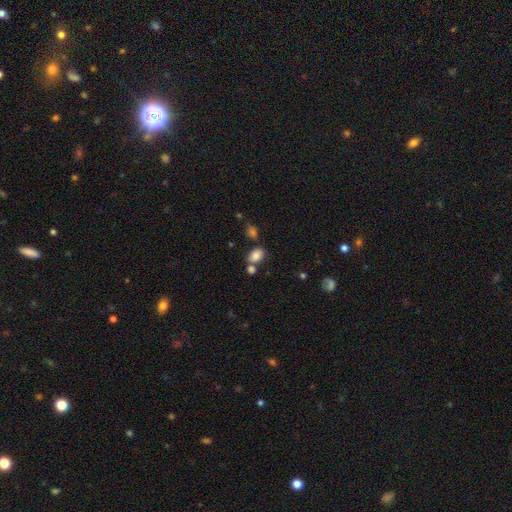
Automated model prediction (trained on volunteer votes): Q: Smooth or featured?
A: smooth (82%); runner-up: star or artifact (10%)
Q: How rounded?
A: in between (77%); runner-up: round (22%)
Q: Merging?
A: none (60%); runner-up: merger (22%)